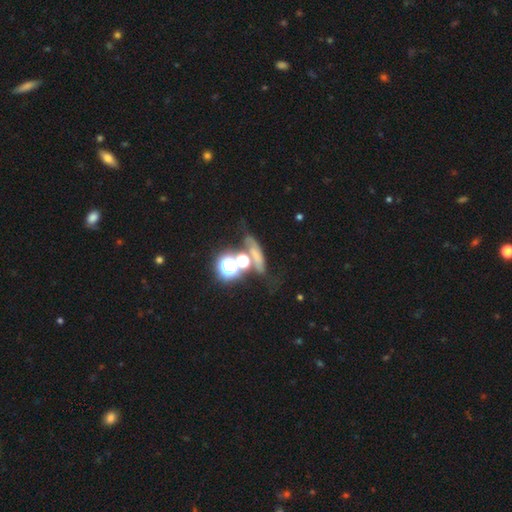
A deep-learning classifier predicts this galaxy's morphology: smooth-or-featured: smooth: 45% | star or artifact: 35% | featured or disk: 21%
  merging: none: 51% | merger: 23% | minor disturbance: 16% | major disturbance: 11%